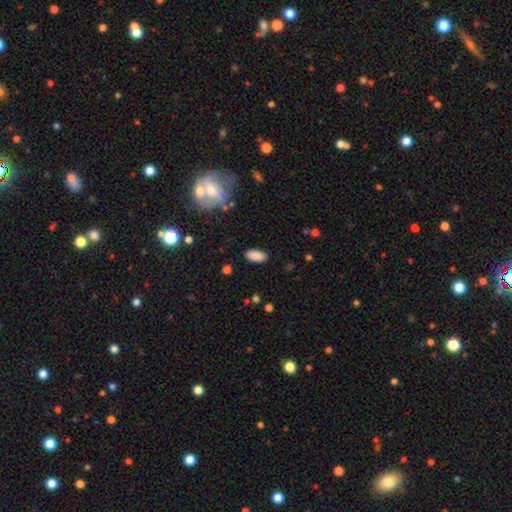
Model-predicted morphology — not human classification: Smooth or featured? Predicted: smooth (p=0.88). How rounded? Predicted: in between (p=0.93). Merging? Predicted: none (p=0.87).